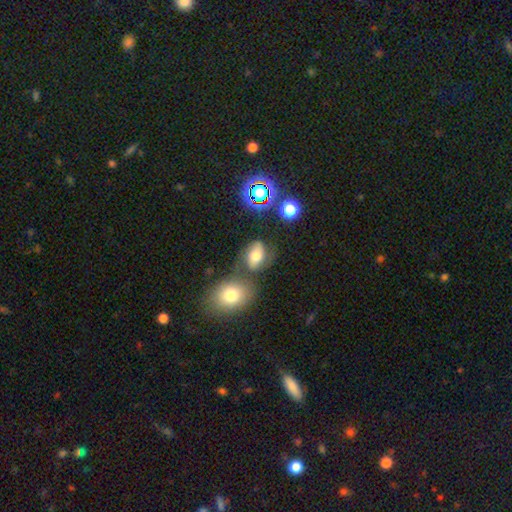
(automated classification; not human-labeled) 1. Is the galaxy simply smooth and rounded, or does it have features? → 56% smooth, 29% featured or disk, 15% star or artifact.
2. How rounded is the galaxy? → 74% in between, 25% round, 2% cigar-shaped.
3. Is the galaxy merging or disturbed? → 53% none, 20% merger, 18% minor disturbance, 9% major disturbance.